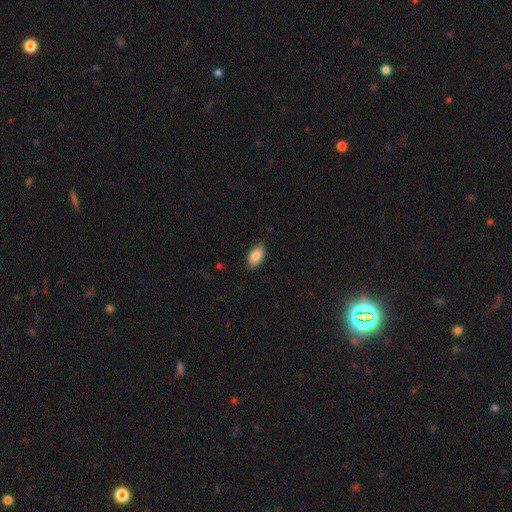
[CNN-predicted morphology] smooth_or_featured: smooth (p=0.87) [alt: star or artifact p=0.07]
how_rounded: in between (p=0.94) [alt: round p=0.04]
merging: none (p=0.84) [alt: minor disturbance p=0.12]